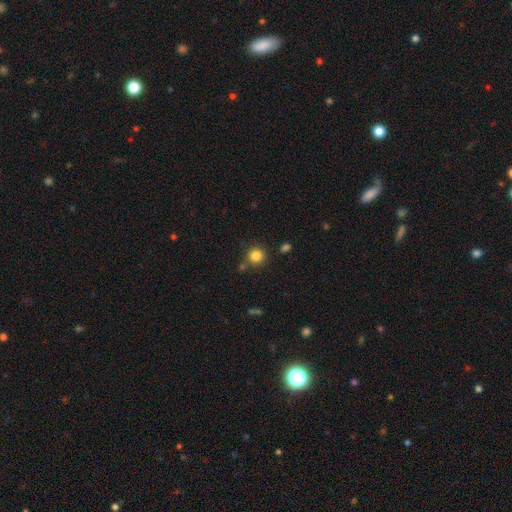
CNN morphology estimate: This is clearly a smooth galaxy (84%). How rounded: clearly round (93%). Merging: clearly none (83%).